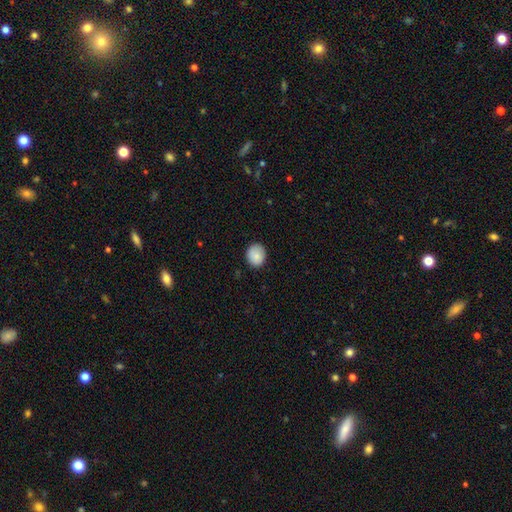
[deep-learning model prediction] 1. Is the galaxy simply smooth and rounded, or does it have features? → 86% smooth, 8% star or artifact, 6% featured or disk.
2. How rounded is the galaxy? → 68% round, 32% in between, 1% cigar-shaped.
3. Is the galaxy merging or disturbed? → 86% none, 11% minor disturbance, 2% major disturbance, 1% merger.